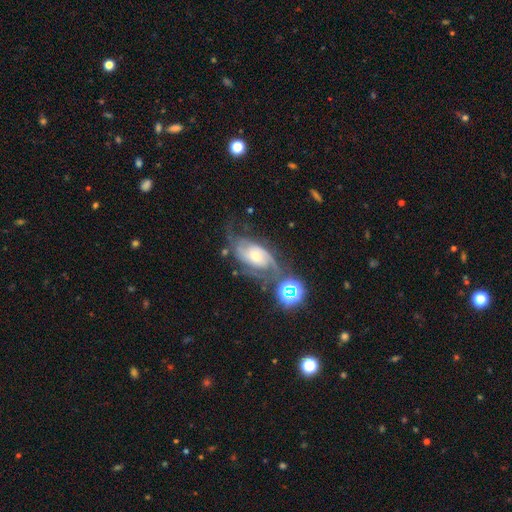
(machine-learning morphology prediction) Overall: featured or disk (76%). Edge-on disk: no (95%). Bar: no (68%). Spiral arms: yes (92%). Spiral arm count: 2 (58%; can't tell 20%). Spiral winding: medium (44%; tight 33%). Bulge size: moderate (47%; small 42%). Merging: none (42%; major disturbance 27%).